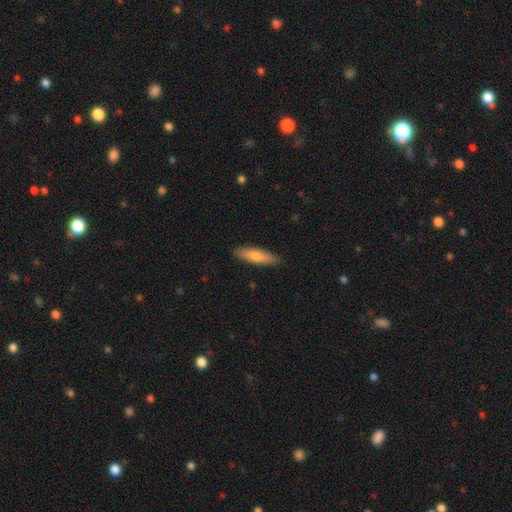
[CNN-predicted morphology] Q: Smooth or featured?
A: smooth (70%); runner-up: featured or disk (24%)
Q: How rounded?
A: cigar-shaped (72%); runner-up: in between (26%)
Q: Merging?
A: none (89%); runner-up: minor disturbance (8%)